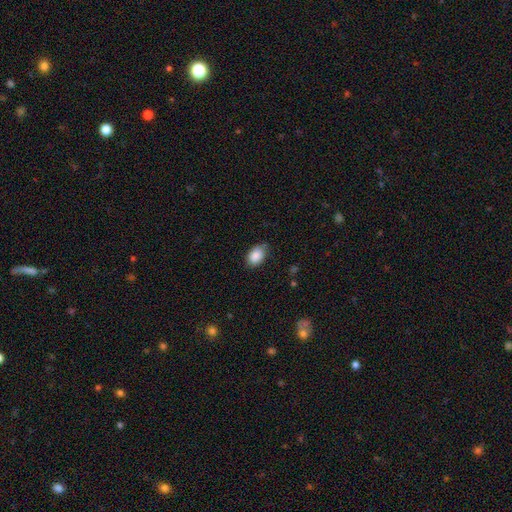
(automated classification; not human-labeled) Overall: smooth (89%). How rounded: in between (84%). Merging: none (78%).